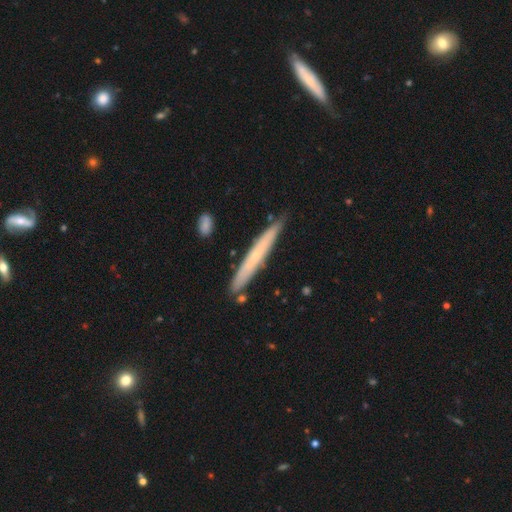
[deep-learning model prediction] A featured or disk galaxy (47%). Merging: none (85%).